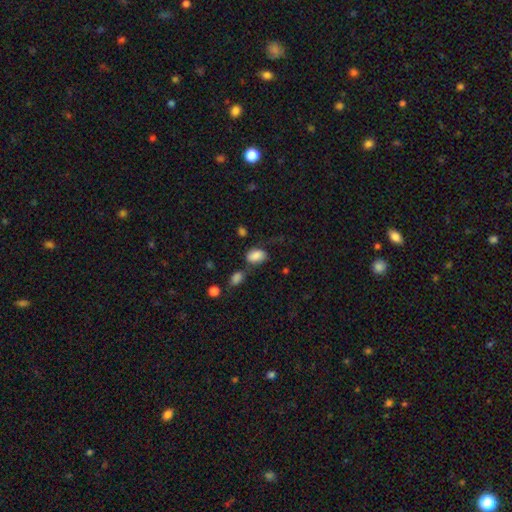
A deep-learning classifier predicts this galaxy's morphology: smooth 83%, star or artifact 9%, featured or disk 8%. Down the decision tree: how rounded — in between (88%); merging — none (51%).